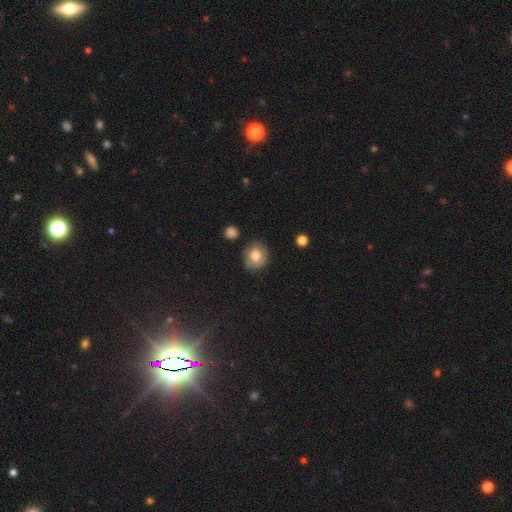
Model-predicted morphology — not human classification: smooth-or-featured: smooth: 71% | featured or disk: 20% | star or artifact: 9%
  how-rounded: round: 79% | in between: 20% | cigar-shaped: 1%
  merging: none: 77% | minor disturbance: 17% | major disturbance: 4% | merger: 2%